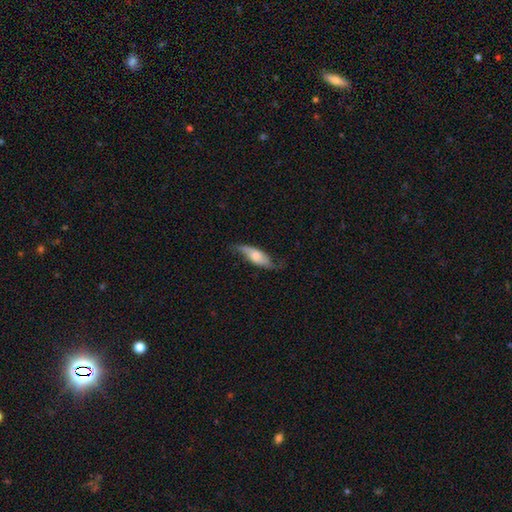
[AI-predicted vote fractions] This appears to be a featured or disk galaxy (53%). Merging: none (64%).